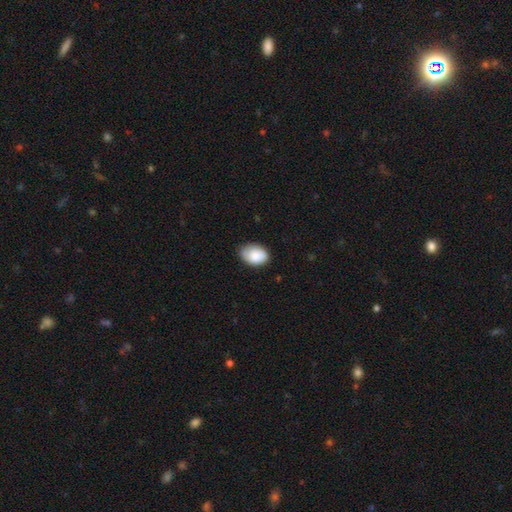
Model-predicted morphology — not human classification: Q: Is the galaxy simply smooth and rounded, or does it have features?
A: smooth — 86%.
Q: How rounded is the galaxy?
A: in between — 84%.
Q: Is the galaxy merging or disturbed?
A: none — 68%.